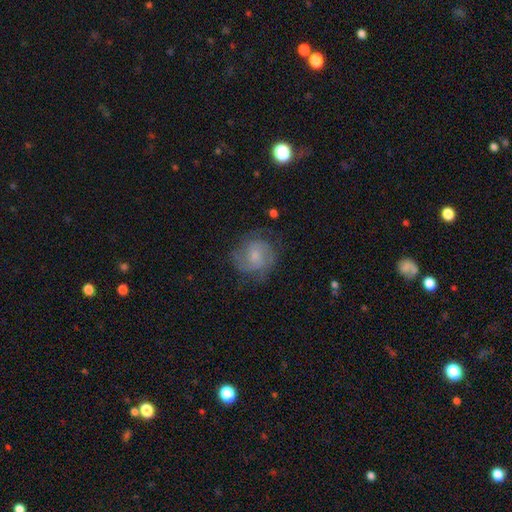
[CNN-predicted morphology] Smooth or featured: featured or disk — 66% (smooth — 27%)
Edge-on disk: no — 98% (yes — 2%)
Bar: no — 60% (weak — 35%)
Spiral arms: yes — 89% (no — 11%)
Spiral winding: medium — 44% (tight — 41%)
Spiral arm count: 2 — 55% (can't tell — 23%)
Bulge size: small — 61% (moderate — 28%)
Merging: none — 68% (minor disturbance — 20%)